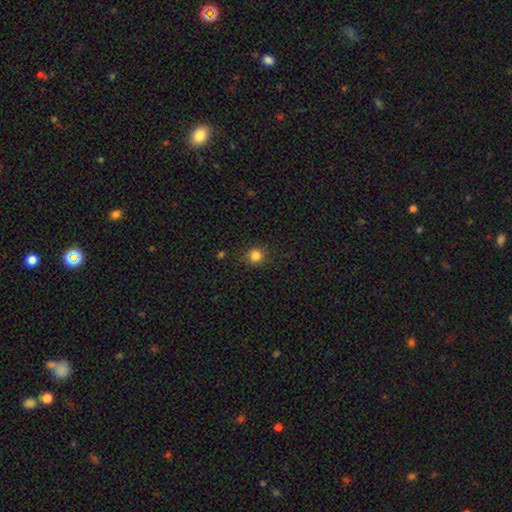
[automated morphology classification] A smooth galaxy with no disk features (84%) that is round (89%).

Vote fractions:
- Smooth or featured? smooth: 84% / star or artifact: 12% / featured or disk: 4%
- How rounded? round: 89% / in between: 10% / cigar-shaped: 1%
- Merging? none: 87% / minor disturbance: 9% / major disturbance: 3% / merger: 1%